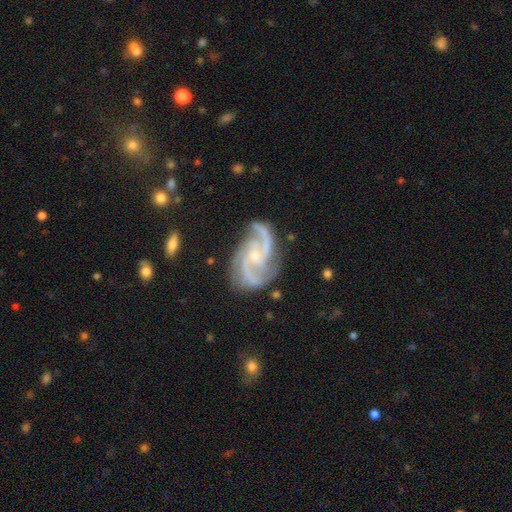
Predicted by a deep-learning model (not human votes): A featured or disk galaxy (93%) with no bar (58%), 3 (45%) medium (58%) spiral arms (99%) and a small central bulge (69%).

Vote fractions:
- Smooth or featured? featured or disk: 93% / star or artifact: 4% / smooth: 3%
- Edge-on disk? no: 98% / yes: 2%
- Bar? no: 58% / weak: 32% / strong: 10%
- Spiral arms? yes: 99% / no: 1%
- Spiral winding? medium: 58% / tight: 29% / loose: 14%
- Spiral arm count? 3: 45% / 2: 36% / 4: 6% / can't tell: 5% / 1: 4% / more than 4: 4%
- Bulge size? small: 69% / moderate: 27% / none: 2% / large: 1% / dominant: 1%
- Merging? none: 71% / minor disturbance: 19% / major disturbance: 7% / merger: 2%